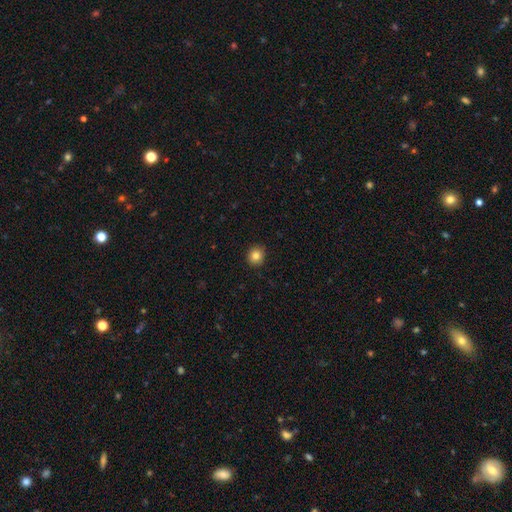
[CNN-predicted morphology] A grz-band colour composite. It shows a smooth galaxy with no disk features (83%) that is round (87%). Merging: none (91%).